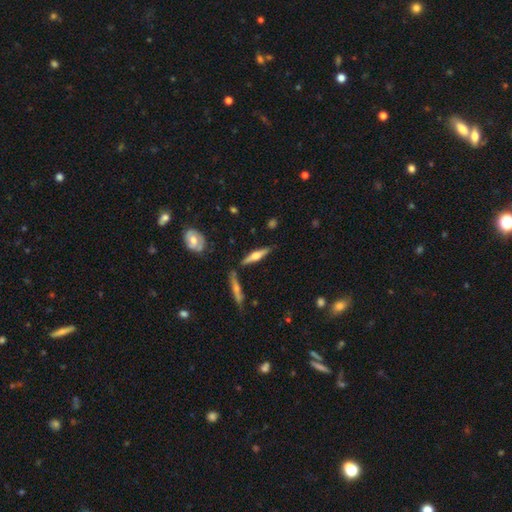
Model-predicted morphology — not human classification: Smooth or featured?
  - featured or disk: 62% *
  - smooth: 32%
  - star or artifact: 6%
Edge-on disk?
  - yes: 96% *
  - no: 4%
Edge-on bulge?
  - rounded: 87% *
  - boxy: 9%
  - none: 4%
Merging?
  - none: 81% *
  - minor disturbance: 12%
  - merger: 5%
  - major disturbance: 3%